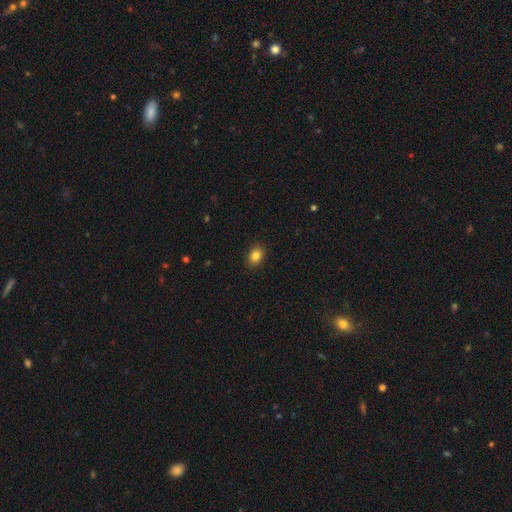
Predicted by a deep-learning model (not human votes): Smooth or featured: smooth — 85% (star or artifact — 10%)
How rounded: in between — 62% (round — 37%)
Merging: none — 90% (minor disturbance — 7%)